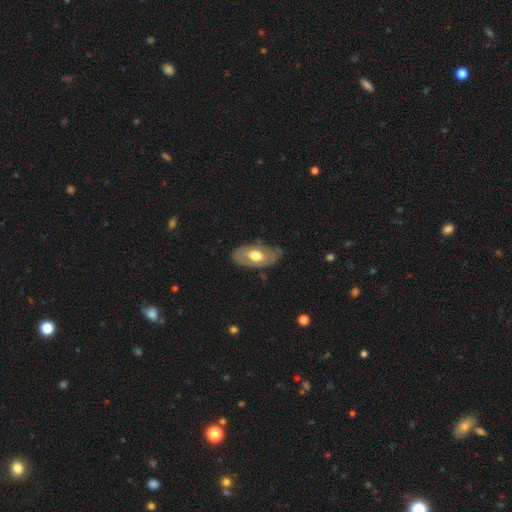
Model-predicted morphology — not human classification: Smooth or featured? smooth (52%)
How rounded? in between (91%)
Merging? none (66%)